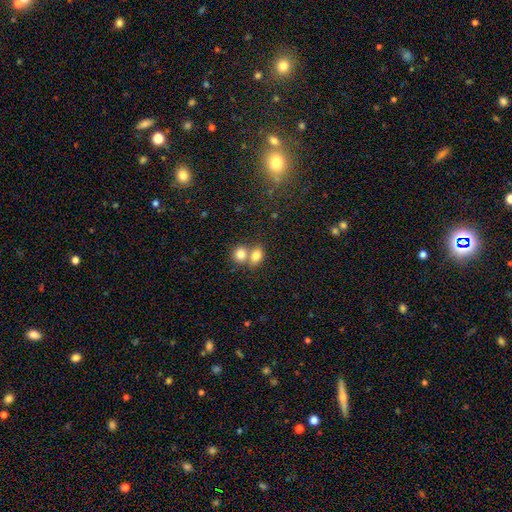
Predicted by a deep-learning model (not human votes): smooth_or_featured: smooth (p=0.79) [alt: featured or disk p=0.11]
how_rounded: in between (p=0.62) [alt: round p=0.37]
merging: merger (p=0.59) [alt: none p=0.32]